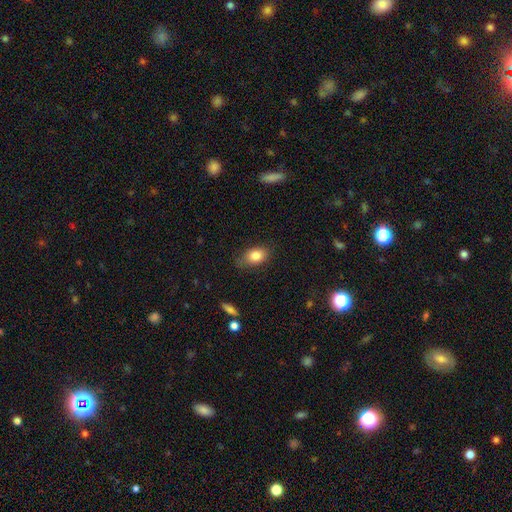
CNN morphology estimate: The model was most divided on "merging": none: 74%, minor disturbance: 20%, major disturbance: 4%, merger: 1%. More confident: how rounded — in between (84%); smooth or featured — smooth (84%).